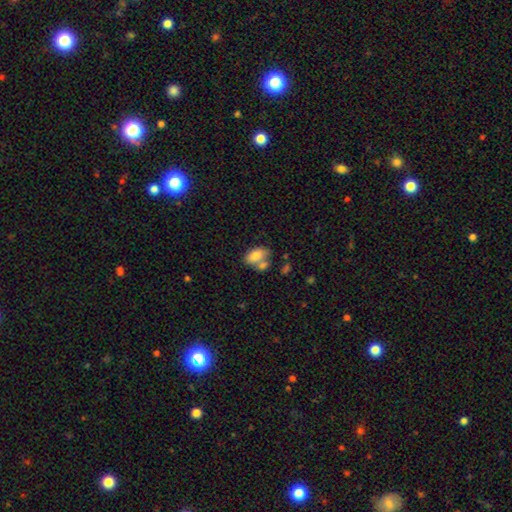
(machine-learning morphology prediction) A smooth galaxy with no disk features (79%) that is in between round and cigar-shaped (89%). Merging: none (42%).